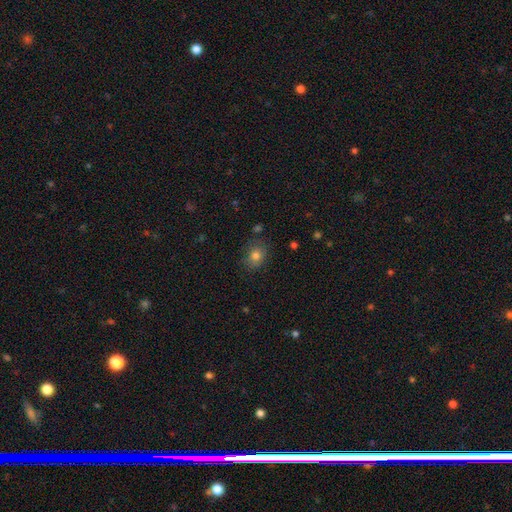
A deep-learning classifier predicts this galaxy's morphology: Q: Smooth or featured?
A: smooth (79%); runner-up: star or artifact (12%)
Q: How rounded?
A: round (55%); runner-up: in between (44%)
Q: Merging?
A: none (77%); runner-up: minor disturbance (17%)